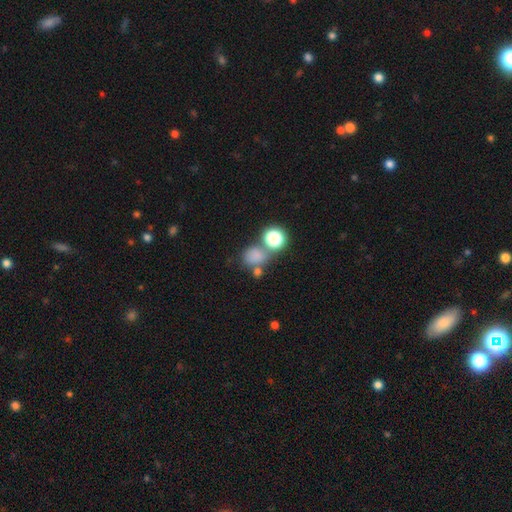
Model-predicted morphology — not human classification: The model was most divided on "merging": none: 49%, merger: 30%, minor disturbance: 13%, major disturbance: 8%. More confident: smooth or featured — smooth (72%); how rounded — round (63%).